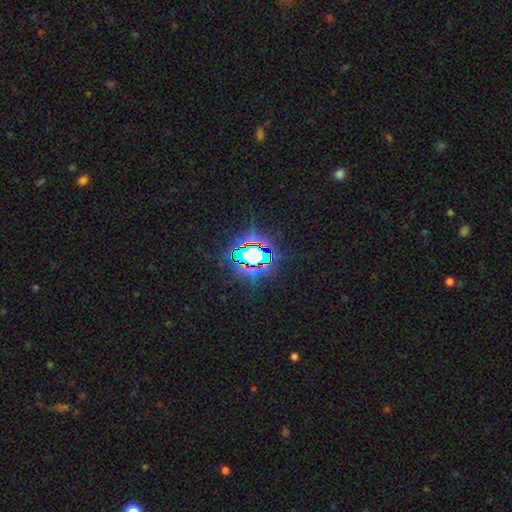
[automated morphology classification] A star or artifact, not a galaxy (73%).

Vote fractions:
- Smooth or featured? star or artifact: 73% / smooth: 15% / featured or disk: 12%